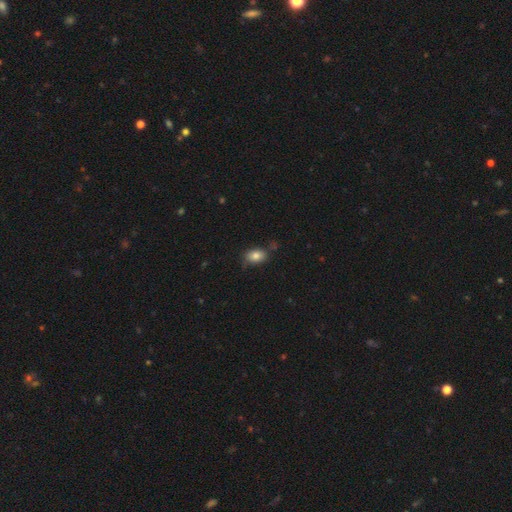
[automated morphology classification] smooth-or-featured: smooth: 83% | star or artifact: 9% | featured or disk: 8%
  how-rounded: in between: 85% | round: 13% | cigar-shaped: 2%
  merging: none: 73% | minor disturbance: 18% | merger: 5% | major disturbance: 4%